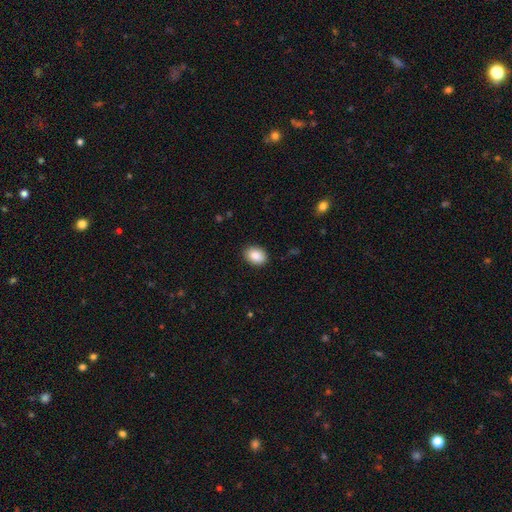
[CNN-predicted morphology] Smooth or featured? smooth (88%)
How rounded? in between (74%)
Merging? none (90%)